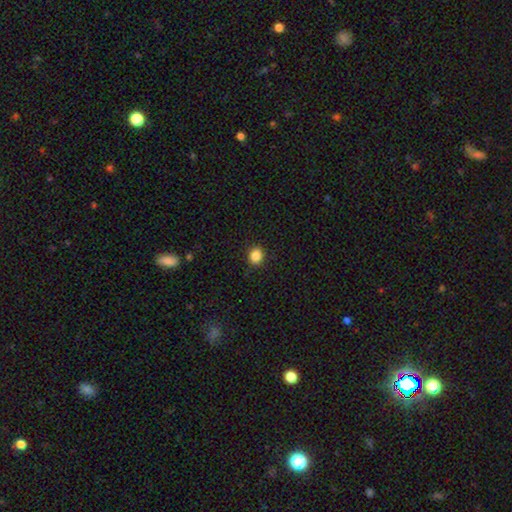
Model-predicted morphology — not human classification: smooth_or_featured: smooth (p=0.86) [alt: star or artifact p=0.10]
how_rounded: round (p=0.70) [alt: in between p=0.29]
merging: none (p=0.90) [alt: minor disturbance p=0.07]